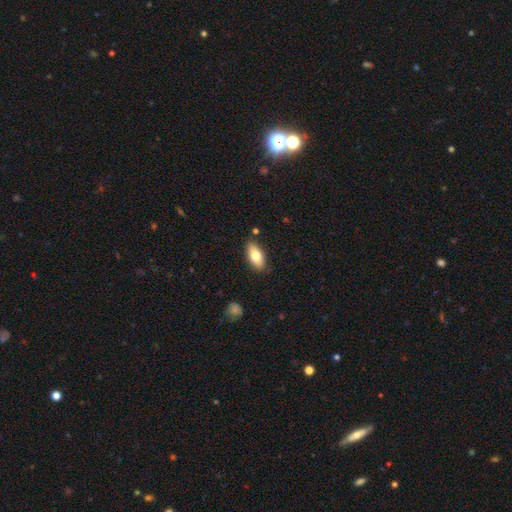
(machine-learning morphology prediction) Smooth or featured? smooth (76%)
How rounded? in between (88%)
Merging? none (84%)